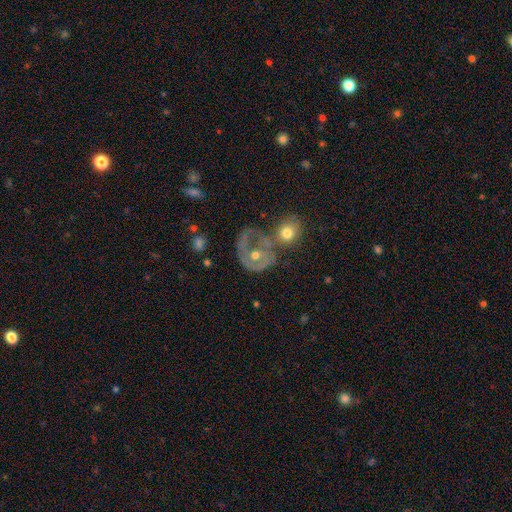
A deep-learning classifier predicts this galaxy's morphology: A featured or disk galaxy (60%) with no bar (80%), spiral arms (51%) and a moderate central bulge (66%). Merging: merger (33%).